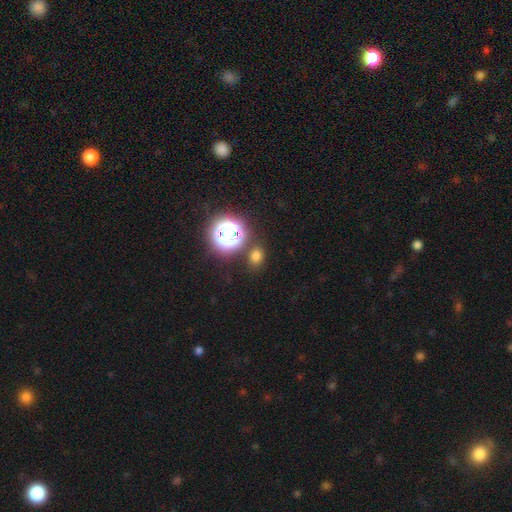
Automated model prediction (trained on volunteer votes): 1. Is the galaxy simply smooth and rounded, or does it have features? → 68% smooth, 26% star or artifact, 6% featured or disk.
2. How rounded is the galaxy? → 56% round, 42% in between, 1% cigar-shaped.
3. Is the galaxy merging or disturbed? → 78% none, 10% minor disturbance, 7% merger, 4% major disturbance.